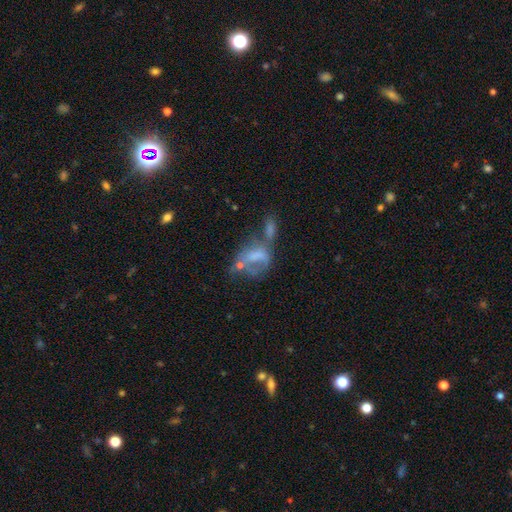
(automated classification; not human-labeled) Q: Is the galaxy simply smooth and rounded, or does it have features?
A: featured or disk — 46%.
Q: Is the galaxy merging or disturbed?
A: merger — 44%.